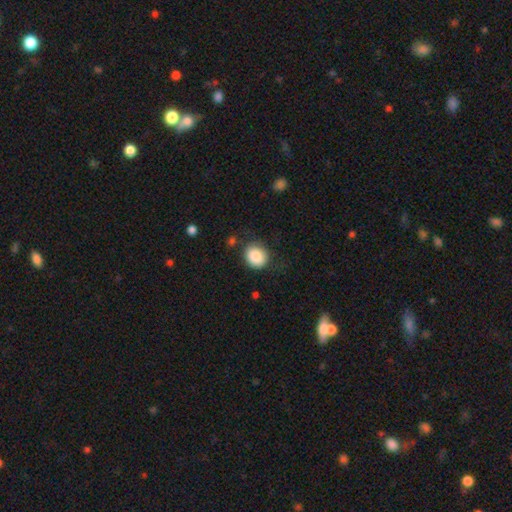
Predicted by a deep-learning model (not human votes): Smooth or featured?
  - smooth: 87% *
  - star or artifact: 8%
  - featured or disk: 5%
How rounded?
  - round: 74% *
  - in between: 26%
  - cigar-shaped: 1%
Merging?
  - none: 75% *
  - minor disturbance: 17%
  - major disturbance: 6%
  - merger: 2%